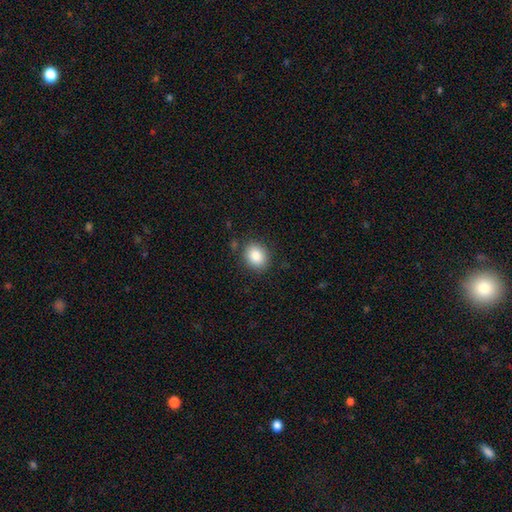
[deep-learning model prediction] smooth_or_featured: smooth (p=0.86) [alt: star or artifact p=0.08]
how_rounded: round (p=0.57) [alt: in between p=0.42]
merging: none (p=0.85) [alt: minor disturbance p=0.10]